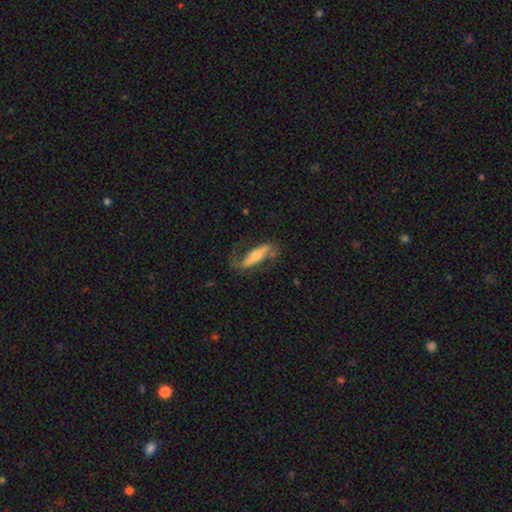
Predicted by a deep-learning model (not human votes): featured or disk 73%, smooth 20%, star or artifact 6%. Down the decision tree: edge-on disk — no (67%); merging — none (61%).